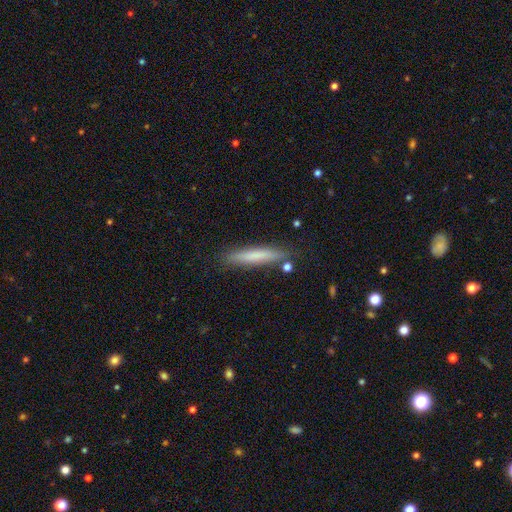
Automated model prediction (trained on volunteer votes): smooth_or_featured: smooth (p=0.71) [alt: featured or disk p=0.22]
how_rounded: cigar-shaped (p=0.93) [alt: in between p=0.05]
merging: none (p=0.85) [alt: minor disturbance p=0.10]